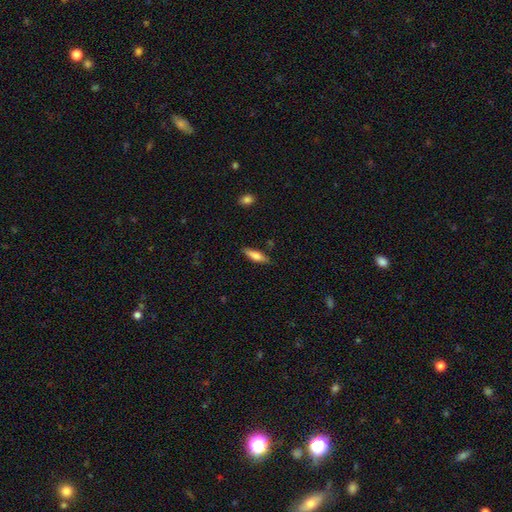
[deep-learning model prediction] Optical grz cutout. It shows a smooth galaxy with no disk features (62%) that is cigar-shaped (65%). Merging: none (83%).